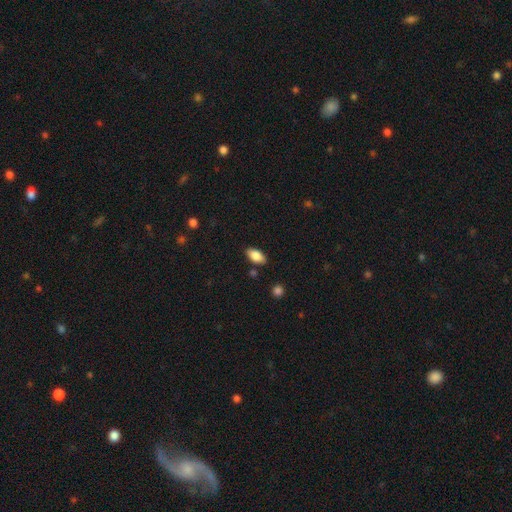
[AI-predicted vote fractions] Smooth or featured? Predicted: smooth (p=0.85). How rounded? Predicted: in between (p=0.92). Merging? Predicted: none (p=0.84).